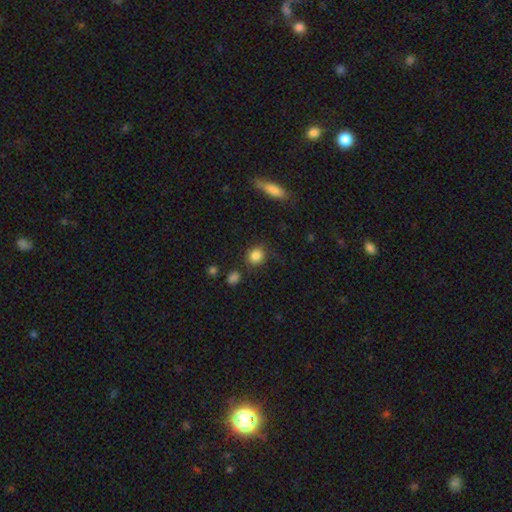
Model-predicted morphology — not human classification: Smooth or featured: smooth — 85% (star or artifact — 9%)
How rounded: round — 78% (in between — 21%)
Merging: none — 79% (minor disturbance — 14%)